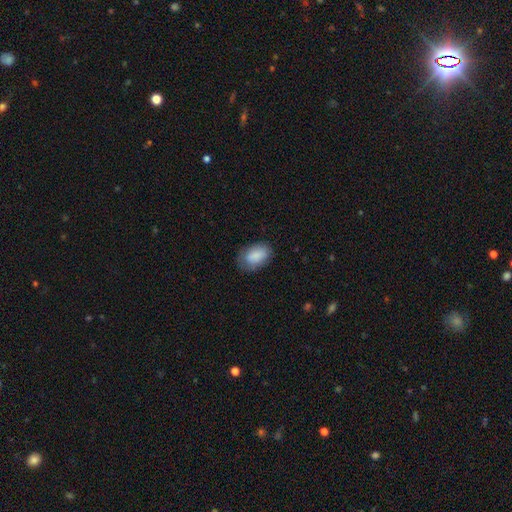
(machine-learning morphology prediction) The model was most divided on "merging": none: 71%, minor disturbance: 21%, major disturbance: 6%, merger: 1%. More confident: how rounded — in between (91%); smooth or featured — smooth (86%).